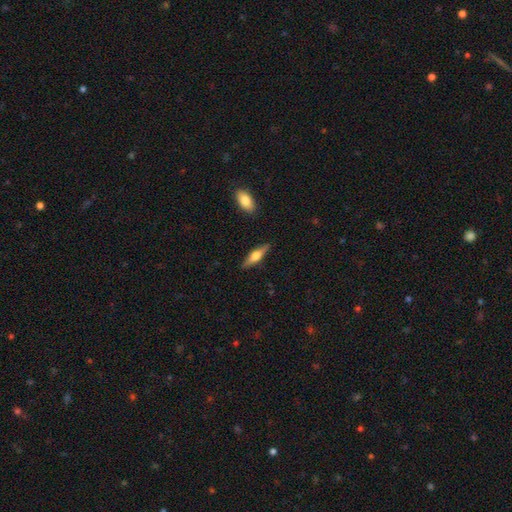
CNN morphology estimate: smooth-or-featured: featured or disk: 54% | smooth: 41% | star or artifact: 6%
  disk-edge-on: yes: 94% | no: 6%
    edge-on-bulge: rounded: 90% | boxy: 7% | none: 3%
  merging: none: 88% | minor disturbance: 9% | major disturbance: 2% | merger: 2%